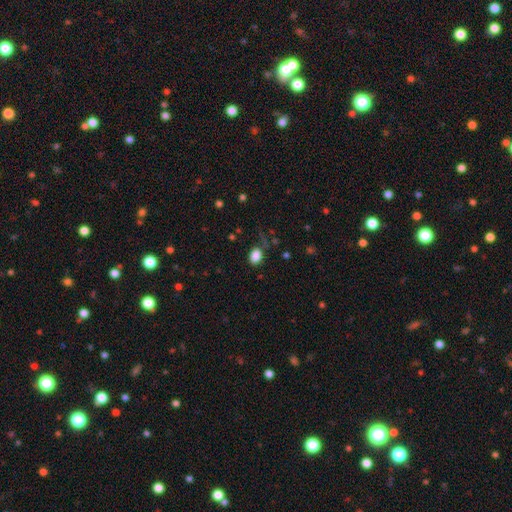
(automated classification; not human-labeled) smooth_or_featured: smooth (p=0.85) [alt: star or artifact p=0.10]
how_rounded: in between (p=0.72) [alt: round p=0.27]
merging: none (p=0.67) [alt: minor disturbance p=0.20]